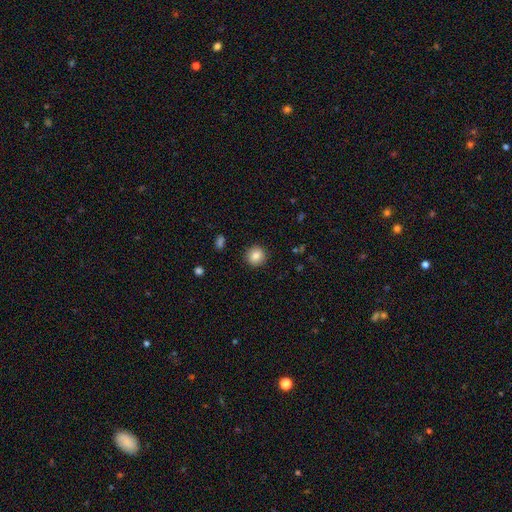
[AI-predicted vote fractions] A smooth galaxy with no disk features (85%) that is round (92%). Merging: none (91%).